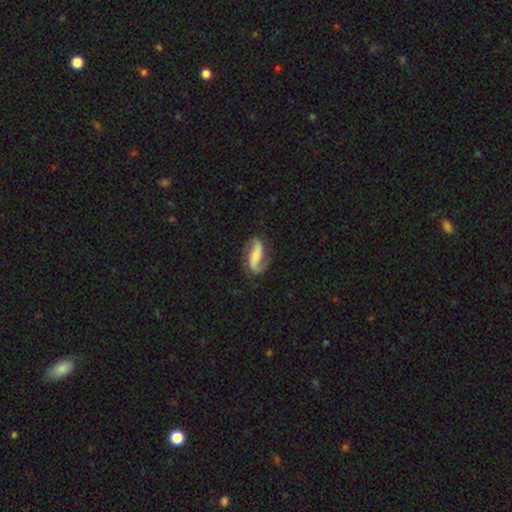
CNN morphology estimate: type=featured or disk (73%); edge-on=no (94%); bar=no (36%); spiral arms=yes (94%); winding=loose (67%); arm count=2 (89%); bulge=none (36%); merging=none (71%).